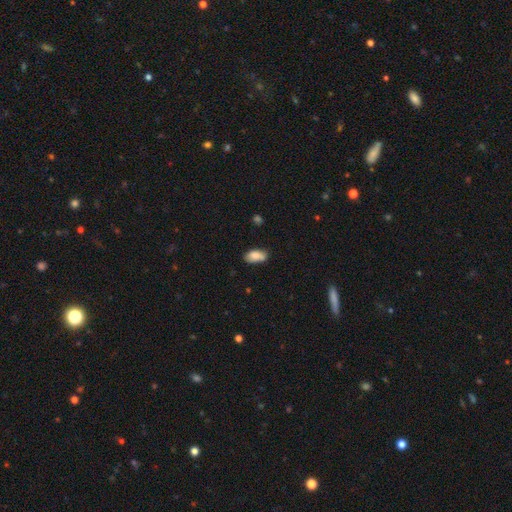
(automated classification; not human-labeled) Smooth or featured? smooth (83%)
How rounded? in between (92%)
Merging? none (66%)